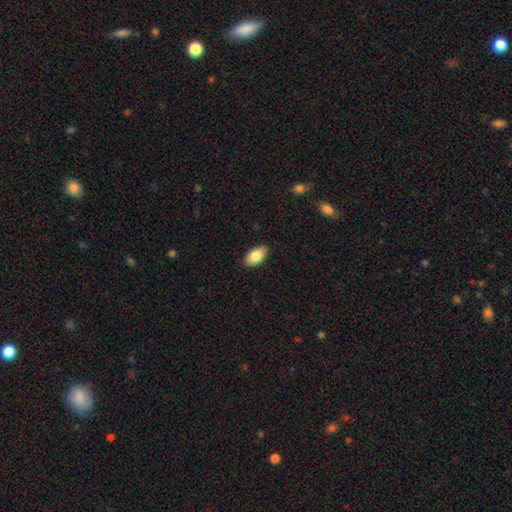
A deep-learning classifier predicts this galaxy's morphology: Overall: smooth (83%). How rounded: in between (94%). Merging: none (88%).